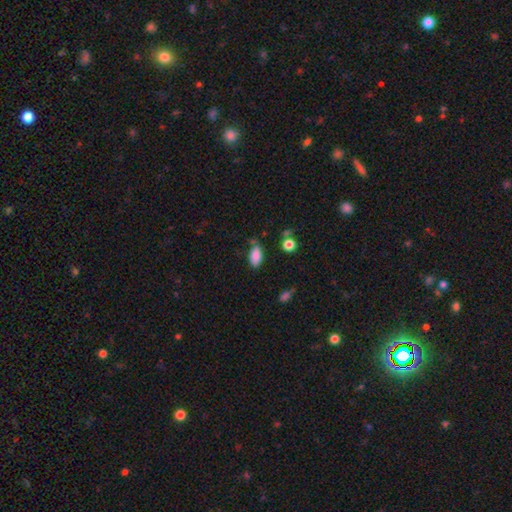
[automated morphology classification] This is clearly a smooth galaxy (86%). How rounded: clearly in between (92%). Merging: likely none (70%).